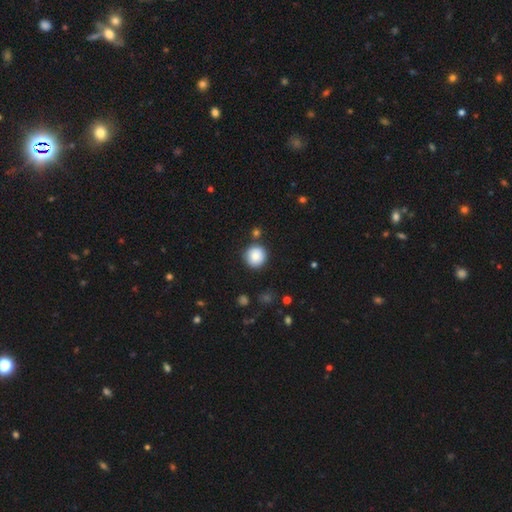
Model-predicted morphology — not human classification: smooth-or-featured: smooth: 84% | star or artifact: 9% | featured or disk: 7%
  how-rounded: round: 94% | in between: 5% | cigar-shaped: 1%
  merging: none: 85% | minor disturbance: 9% | merger: 4% | major disturbance: 2%